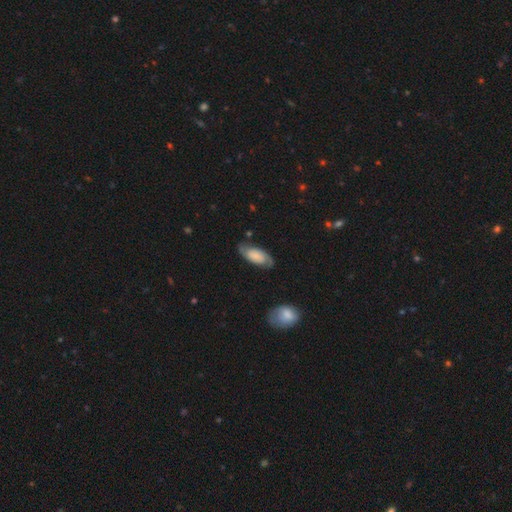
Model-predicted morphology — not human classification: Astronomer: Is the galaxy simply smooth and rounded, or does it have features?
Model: featured or disk — 52% (runner-up: smooth, 41%).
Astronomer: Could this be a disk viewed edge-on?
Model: no — 92%.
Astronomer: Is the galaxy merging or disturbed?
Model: none — 74%.